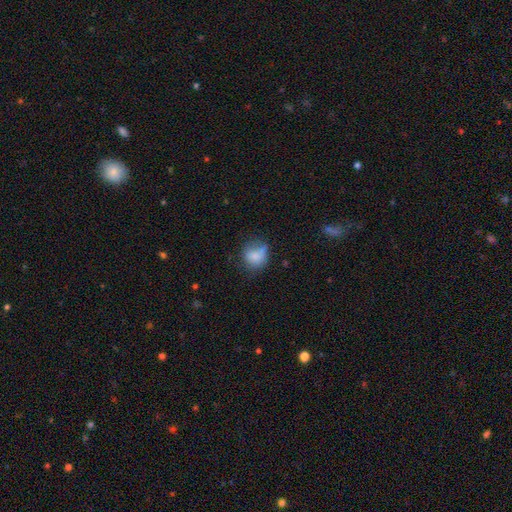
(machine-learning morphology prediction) Smooth or featured? Predicted: smooth (p=0.77). How rounded? Predicted: round (p=0.67). Merging? Predicted: none (p=0.46).